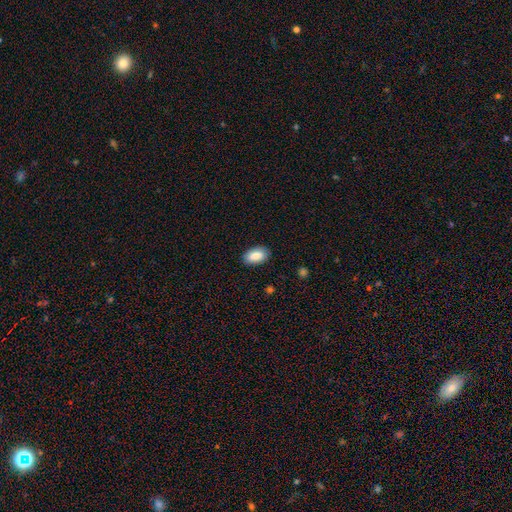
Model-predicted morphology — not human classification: smooth 89%, star or artifact 6%, featured or disk 5%. Down the decision tree: how rounded — in between (94%); merging — none (87%).